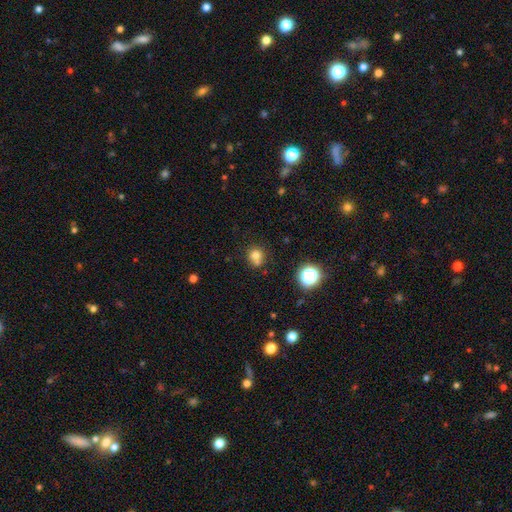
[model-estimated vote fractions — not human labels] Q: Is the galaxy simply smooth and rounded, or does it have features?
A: smooth — 73%.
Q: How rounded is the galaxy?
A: round — 88%.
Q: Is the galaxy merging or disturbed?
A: none — 59%.